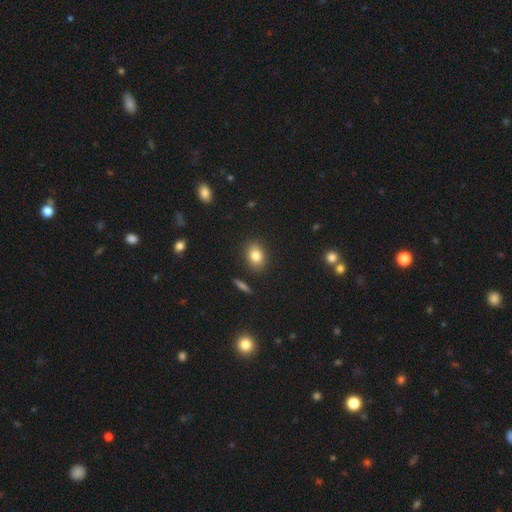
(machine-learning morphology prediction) This is clearly a smooth galaxy (83%). How rounded: likely in between (65%). Merging: clearly none (87%).